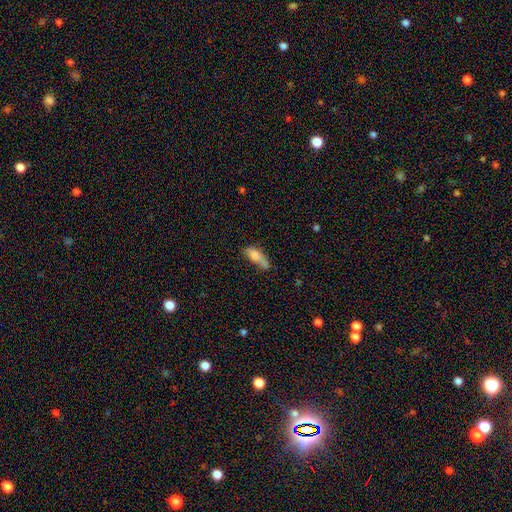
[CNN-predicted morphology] A smooth galaxy with no disk features (72%) that is in between round and cigar-shaped (69%). Merging: none (30%).